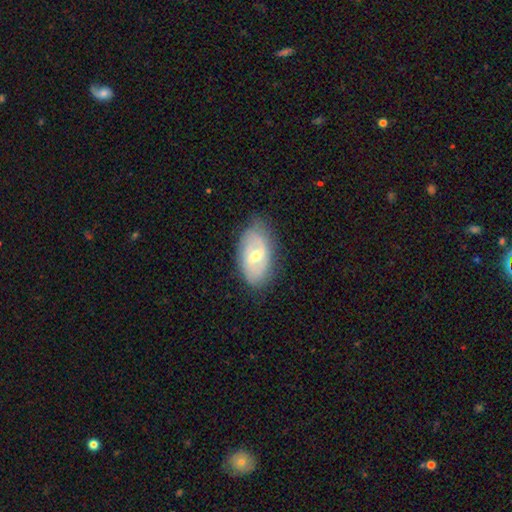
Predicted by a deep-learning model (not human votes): Smooth or featured? featured or disk (63%)
Edge-on disk? no (91%)
Bar? weak (49%)
Spiral arms? yes (62%)
Bulge size? moderate (63%)
Merging? none (77%)